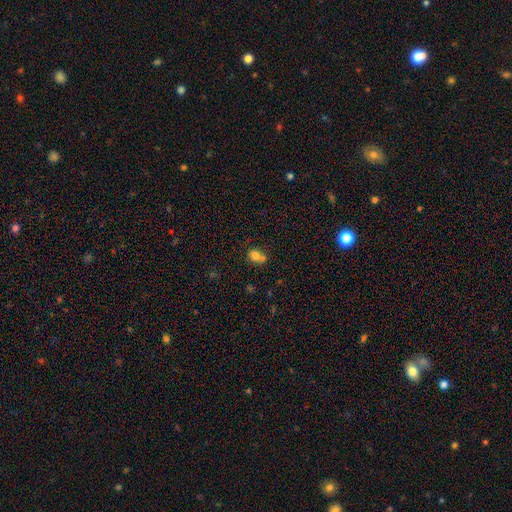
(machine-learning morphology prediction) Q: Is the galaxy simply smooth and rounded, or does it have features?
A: smooth — 76%.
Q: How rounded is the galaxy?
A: round — 68%.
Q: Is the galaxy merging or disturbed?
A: merger — 47%.